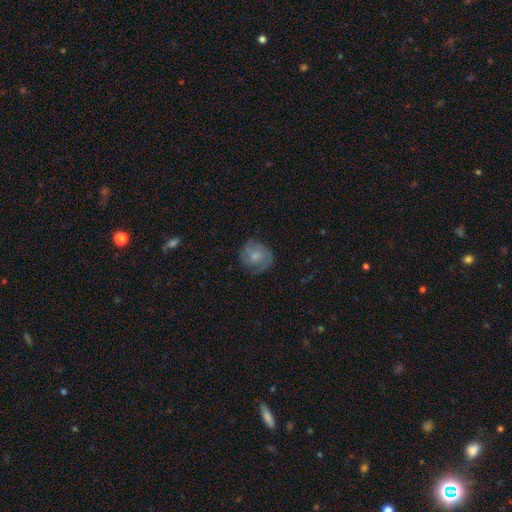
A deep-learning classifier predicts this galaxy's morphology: A featured or disk galaxy (48%). Merging: none (67%).